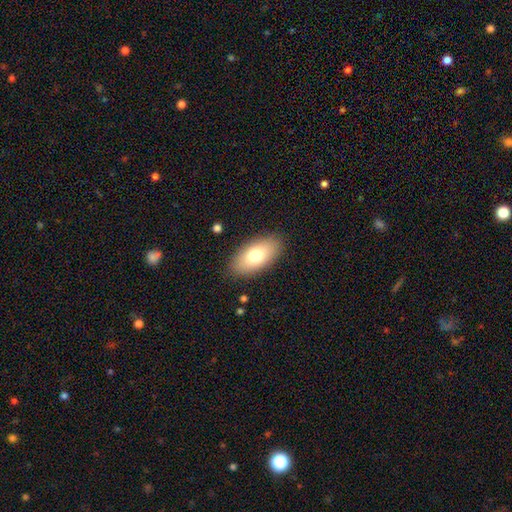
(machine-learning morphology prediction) type=smooth (74%); roundness=in between (92%); merging=none (86%).